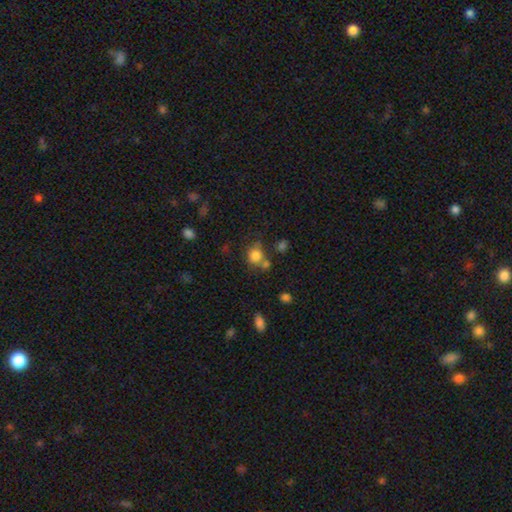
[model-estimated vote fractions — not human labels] Smooth or featured?
  - smooth: 80% *
  - star or artifact: 12%
  - featured or disk: 8%
How rounded?
  - round: 79% *
  - in between: 20%
  - cigar-shaped: 1%
Merging?
  - none: 55% *
  - merger: 22%
  - minor disturbance: 15%
  - major disturbance: 7%